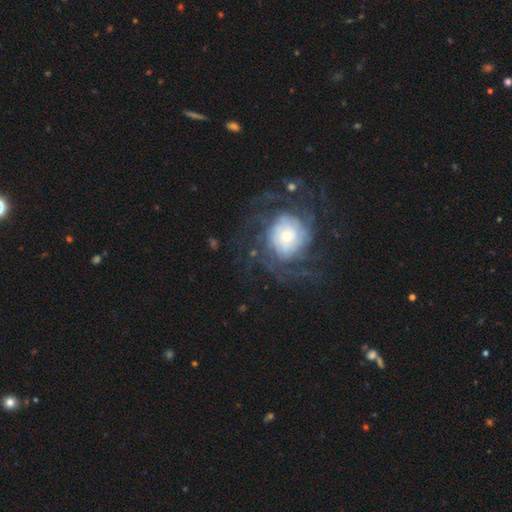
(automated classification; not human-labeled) A featured or disk galaxy (64%) with no bar (77%), spiral arms (78%) and a moderate central bulge (35%).

Vote fractions:
- Smooth or featured? featured or disk: 64% / smooth: 21% / star or artifact: 15%
- Edge-on disk? no: 96% / yes: 4%
- Bar? no: 77% / weak: 16% / strong: 6%
- Spiral arms? yes: 78% / no: 22%
- Bulge size? moderate: 35% / small: 33% / large: 23% / dominant: 7% / none: 3%
- Merging? none: 72% / major disturbance: 14% / minor disturbance: 12% / merger: 2%